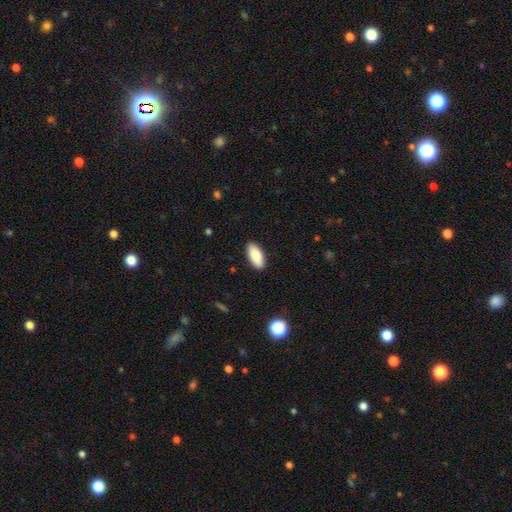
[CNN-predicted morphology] A smooth galaxy with no disk features (86%) that is in between round and cigar-shaped (84%). Merging: none (89%).